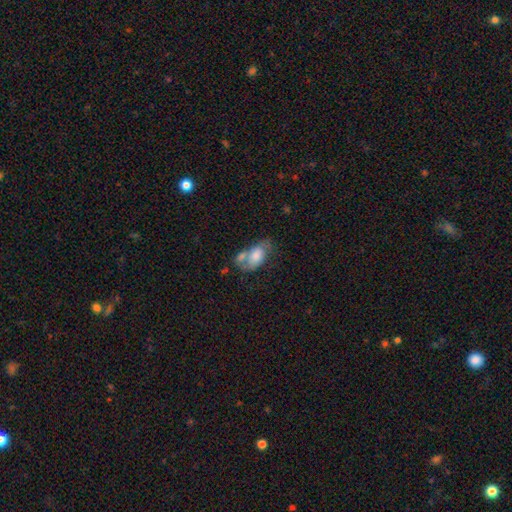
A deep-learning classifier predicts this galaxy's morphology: Smooth or featured: smooth — 66% (featured or disk — 27%)
How rounded: in between — 91% (round — 6%)
Merging: merger — 41% (none — 27%)